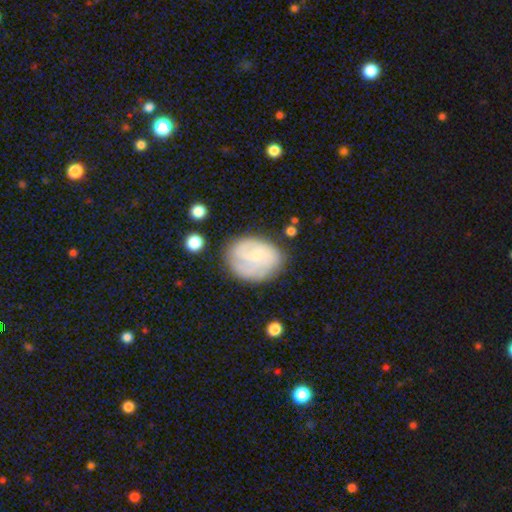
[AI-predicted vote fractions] Smooth or featured? featured or disk (54%)
Edge-on disk? no (97%)
Bar? no (68%)
Spiral arms? yes (79%)
Bulge size? small (66%)
Merging? none (68%)